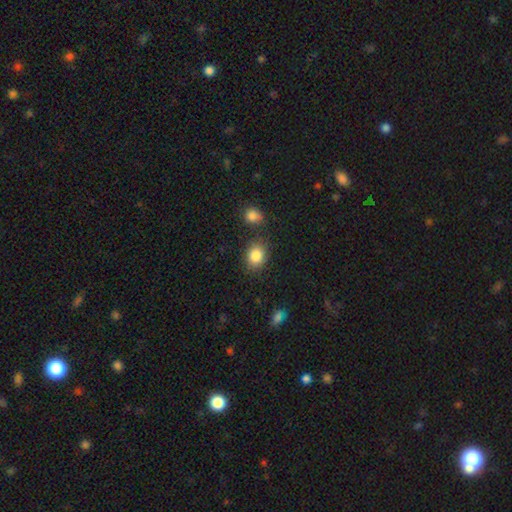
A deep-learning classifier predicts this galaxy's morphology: smooth 85%, star or artifact 9%, featured or disk 6%. Down the decision tree: how rounded — round (52%); merging — none (77%).